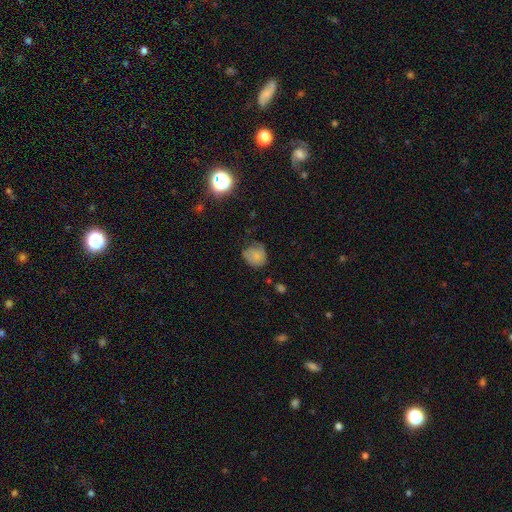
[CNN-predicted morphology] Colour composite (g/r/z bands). It shows a smooth galaxy with no disk features (76%) that is round (76%). Merging: none (57%).